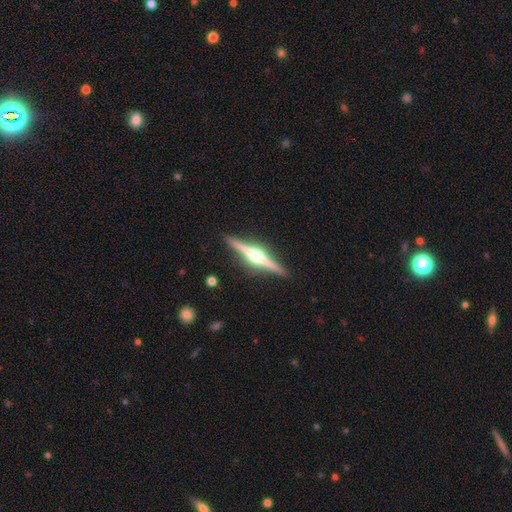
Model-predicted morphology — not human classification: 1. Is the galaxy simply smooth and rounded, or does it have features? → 85% featured or disk, 10% smooth, 5% star or artifact.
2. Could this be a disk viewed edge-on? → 98% yes, 2% no.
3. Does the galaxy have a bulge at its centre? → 94% rounded, 4% boxy, 2% none.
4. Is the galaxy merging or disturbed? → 90% none, 7% minor disturbance, 1% major disturbance, 1% merger.